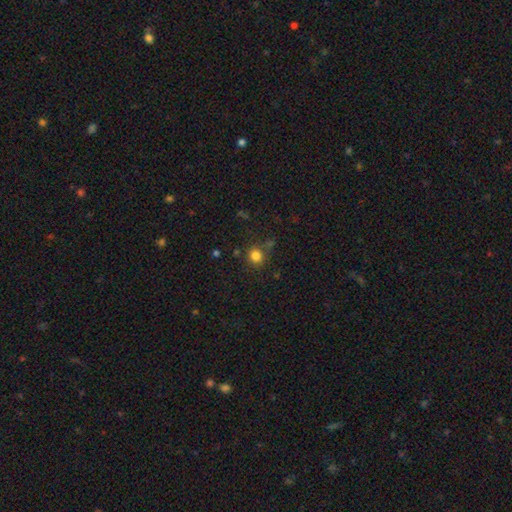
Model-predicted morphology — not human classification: Smooth or featured?
  - smooth: 81% *
  - star or artifact: 14%
  - featured or disk: 5%
How rounded?
  - round: 87% *
  - in between: 12%
  - cigar-shaped: 1%
Merging?
  - none: 78% *
  - minor disturbance: 11%
  - merger: 7%
  - major disturbance: 4%